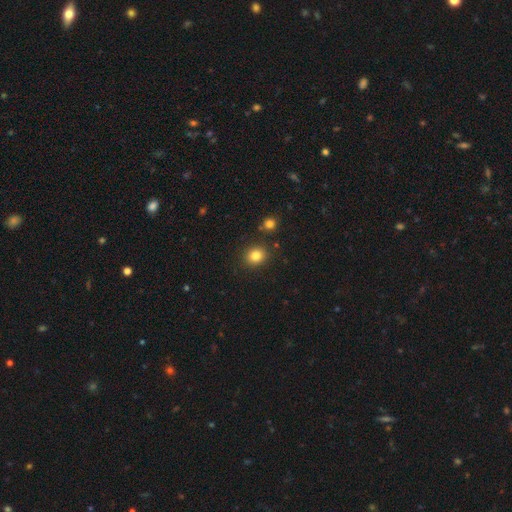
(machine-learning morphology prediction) A smooth galaxy with no disk features (82%) that is round (77%).

Vote fractions:
- Smooth or featured? smooth: 82% / star or artifact: 12% / featured or disk: 6%
- How rounded? round: 77% / in between: 22% / cigar-shaped: 1%
- Merging? none: 87% / minor disturbance: 7% / merger: 3% / major disturbance: 2%